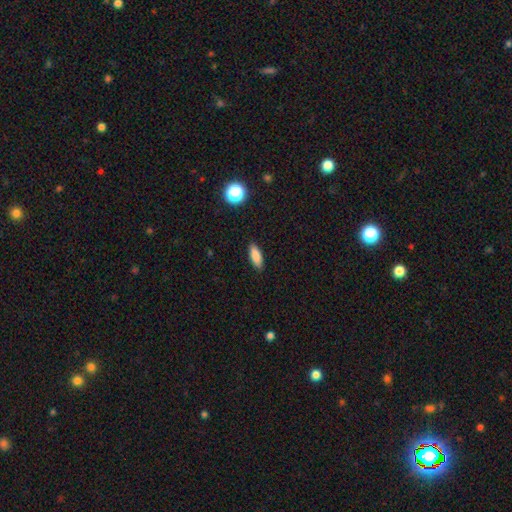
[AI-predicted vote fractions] Smooth or featured? Predicted: smooth (p=0.84). How rounded? Predicted: in between (p=0.68). Merging? Predicted: none (p=0.89).